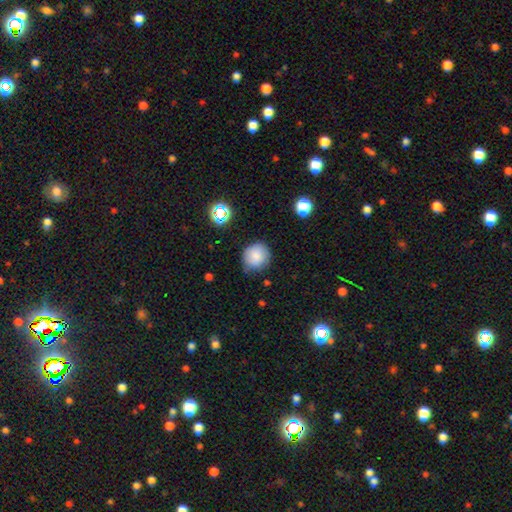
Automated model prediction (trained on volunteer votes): Morphology: type=smooth (81%); roundness=round (85%); merging=none (73%).